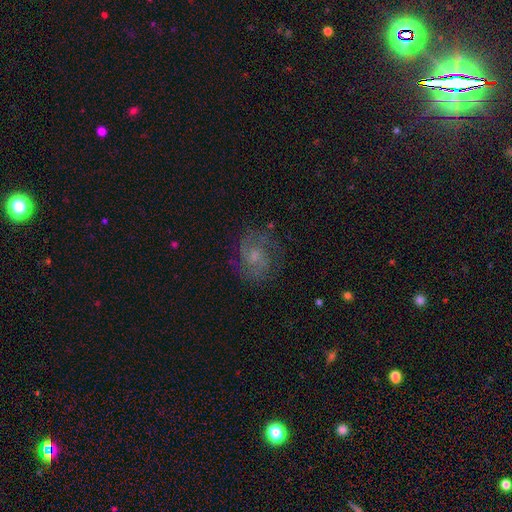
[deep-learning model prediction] Q: Smooth or featured?
A: featured or disk (71%); runner-up: smooth (19%)
Q: Edge-on disk?
A: no (98%); runner-up: yes (2%)
Q: Bar?
A: no (56%); runner-up: weak (39%)
Q: Spiral arms?
A: yes (91%); runner-up: no (9%)
Q: Spiral winding?
A: medium (50%); runner-up: tight (29%)
Q: Spiral arm count?
A: 2 (63%); runner-up: can't tell (18%)
Q: Bulge size?
A: small (54%); runner-up: moderate (30%)
Q: Merging?
A: none (72%); runner-up: minor disturbance (17%)